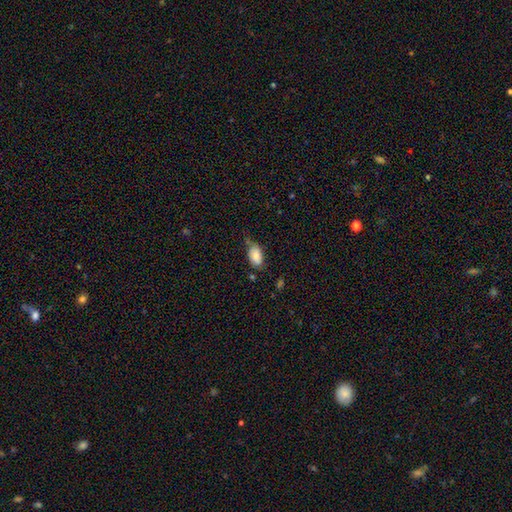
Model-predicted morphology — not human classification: This is clearly a smooth galaxy (82%). How rounded: clearly in between (93%). Merging: possibly none (56%).